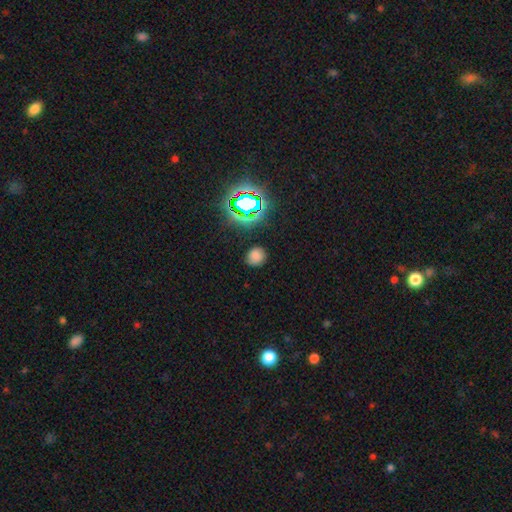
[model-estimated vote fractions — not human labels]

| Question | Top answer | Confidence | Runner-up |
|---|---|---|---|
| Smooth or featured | smooth | 71% | star or artifact (22%) |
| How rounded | round | 75% | in between (24%) |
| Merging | none | 83% | minor disturbance (11%) |